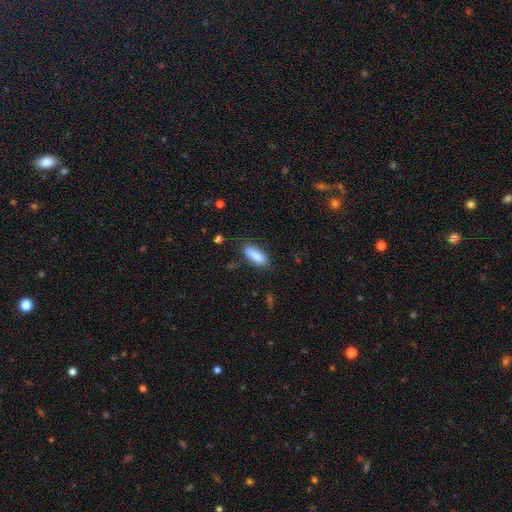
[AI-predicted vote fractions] A smooth galaxy with no disk features (85%) that is in between round and cigar-shaped (73%). Merging: none (78%).